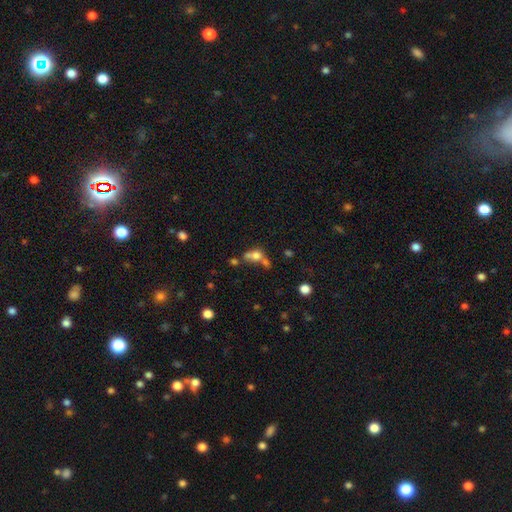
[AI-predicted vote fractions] A smooth galaxy with no disk features (64%) that is round (59%).

Vote fractions:
- Smooth or featured? smooth: 64% / featured or disk: 20% / star or artifact: 16%
- How rounded? round: 59% / in between: 38% / cigar-shaped: 4%
- Merging? merger: 53% / none: 29% / minor disturbance: 10% / major disturbance: 9%